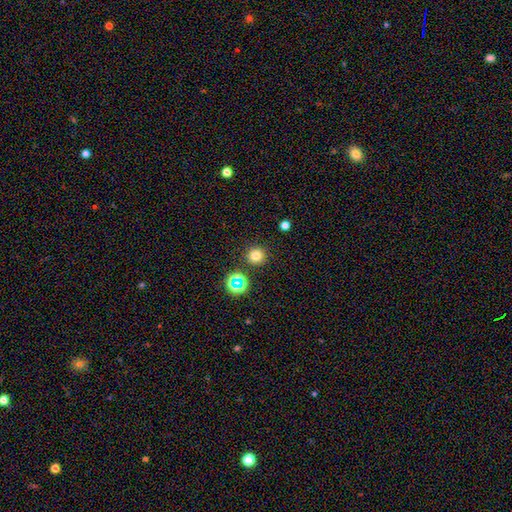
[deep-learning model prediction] Overall: smooth (75%). How rounded: round (95%). Merging: none (89%).